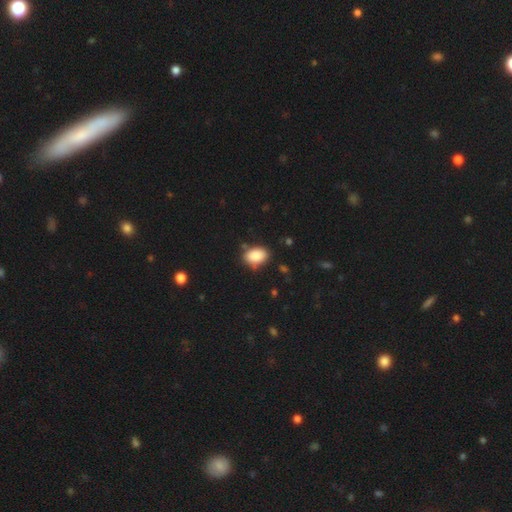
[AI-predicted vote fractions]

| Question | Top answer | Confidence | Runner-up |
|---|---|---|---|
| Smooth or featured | smooth | 87% | star or artifact (8%) |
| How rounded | in between | 84% | round (15%) |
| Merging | none | 77% | minor disturbance (16%) |